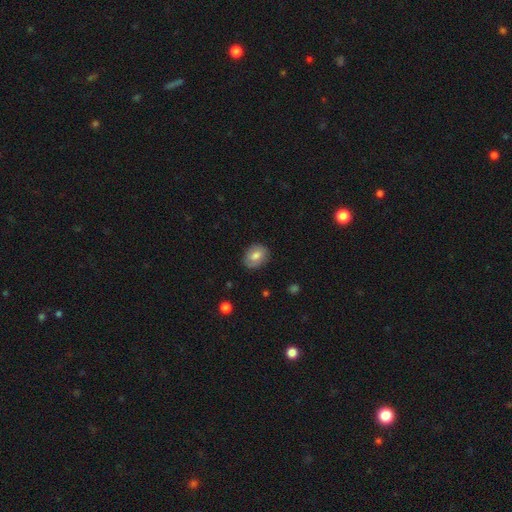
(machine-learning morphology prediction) The model was most divided on "how rounded": in between: 52%, round: 47%, cigar-shaped: 1%. More confident: merging — none (84%); smooth or featured — smooth (74%).